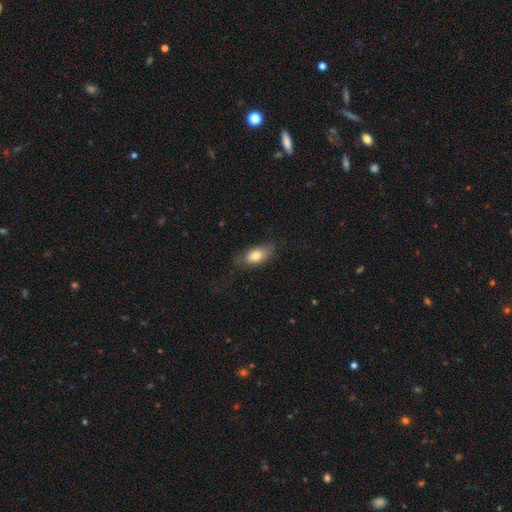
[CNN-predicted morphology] Overall: smooth (77%). How rounded: in between (87%). Merging: none (68%).